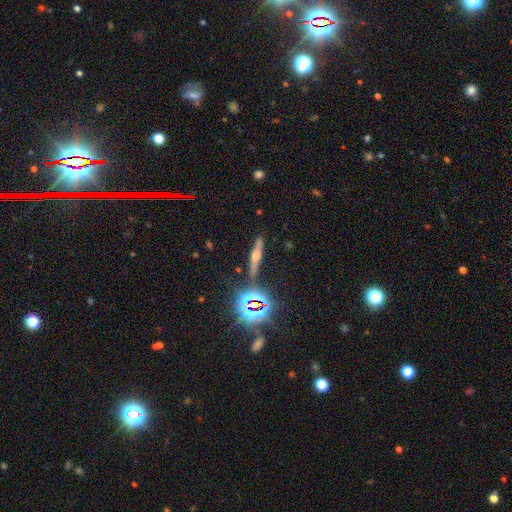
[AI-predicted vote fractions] Smooth or featured? featured or disk (52%)
Edge-on disk? yes (92%)
Merging? none (82%)